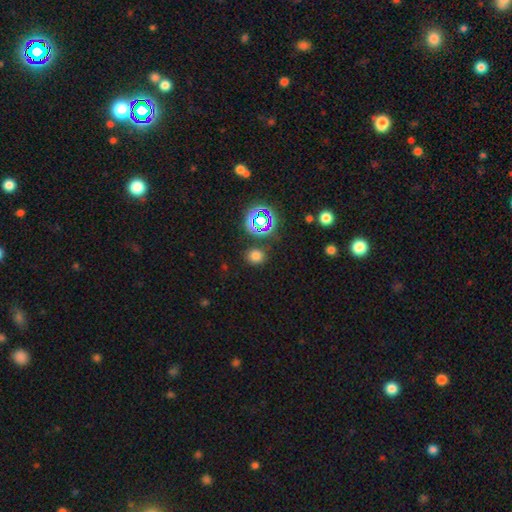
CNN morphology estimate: This is likely a smooth galaxy (71%). How rounded: clearly round (82%). Merging: clearly none (85%).